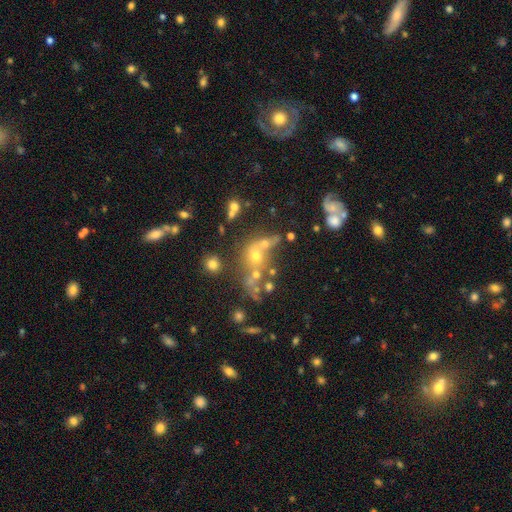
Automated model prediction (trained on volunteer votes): Smooth or featured? Predicted: smooth (p=0.48). Merging? Predicted: merger (p=0.40).